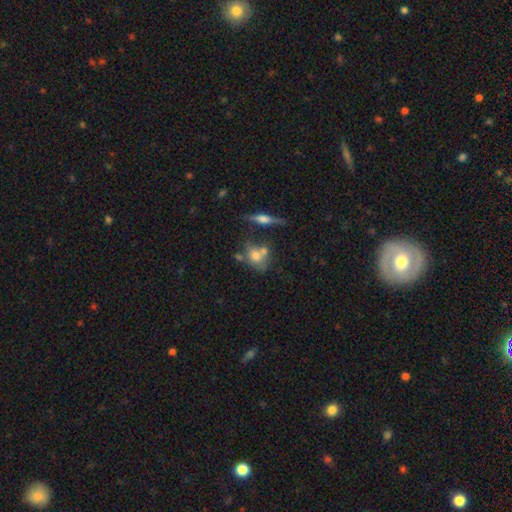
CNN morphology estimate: smooth 63%, featured or disk 26%, star or artifact 10%. Down the decision tree: how rounded — in between (59%); merging — none (40%).